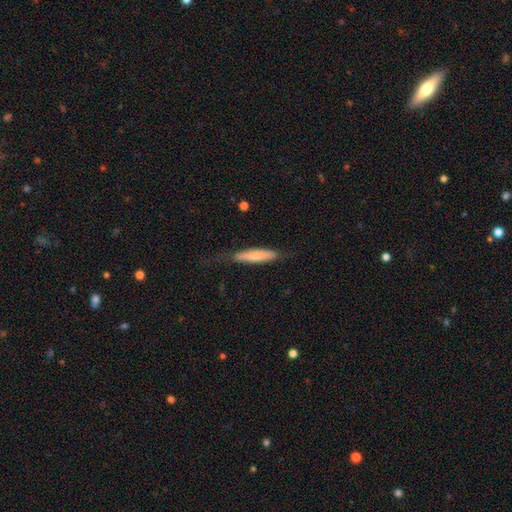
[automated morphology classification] smooth_or_featured: smooth (p=0.68) [alt: featured or disk p=0.26]
how_rounded: cigar-shaped (p=0.82) [alt: in between p=0.16]
merging: none (p=0.66) [alt: minor disturbance p=0.24]